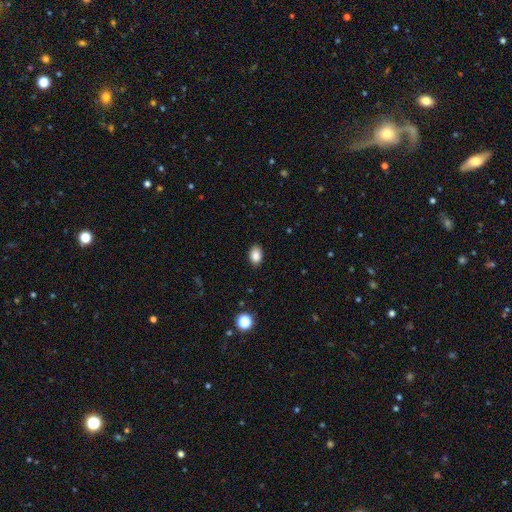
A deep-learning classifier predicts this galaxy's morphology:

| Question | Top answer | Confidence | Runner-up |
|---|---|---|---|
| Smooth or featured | smooth | 87% | star or artifact (9%) |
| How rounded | in between | 80% | round (19%) |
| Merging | none | 88% | minor disturbance (9%) |